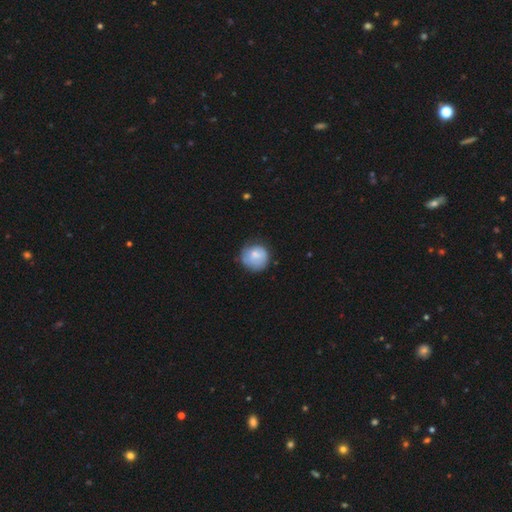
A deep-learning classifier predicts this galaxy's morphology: A smooth galaxy with no disk features (72%) that is round (90%).

Vote fractions:
- Smooth or featured? smooth: 72% / featured or disk: 22% / star or artifact: 7%
- How rounded? round: 90% / in between: 9% / cigar-shaped: 1%
- Merging? none: 68% / minor disturbance: 23% / major disturbance: 7% / merger: 2%